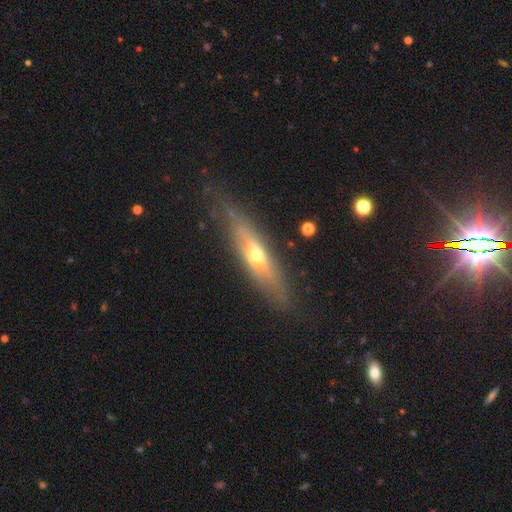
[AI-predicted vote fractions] This appears to be a featured or disk galaxy (62%) viewed edge-on (72%). Merging: none (72%).